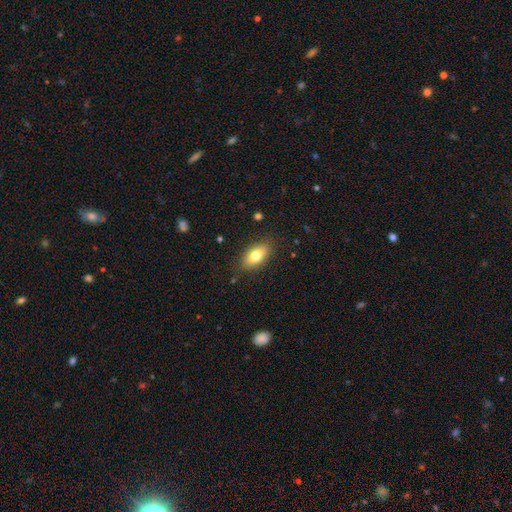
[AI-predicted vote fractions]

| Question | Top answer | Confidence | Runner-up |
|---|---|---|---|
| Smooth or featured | smooth | 77% | featured or disk (16%) |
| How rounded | in between | 87% | cigar-shaped (8%) |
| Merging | none | 85% | minor disturbance (11%) |